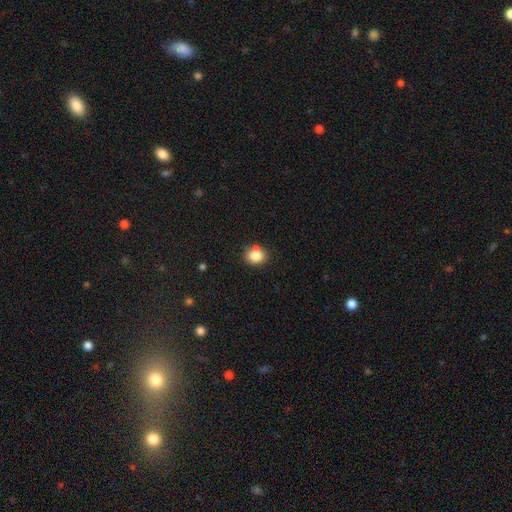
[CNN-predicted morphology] The model was most divided on "how rounded": round: 77%, in between: 23%, cigar-shaped: 1%. More confident: smooth or featured — smooth (83%); merging — none (77%).